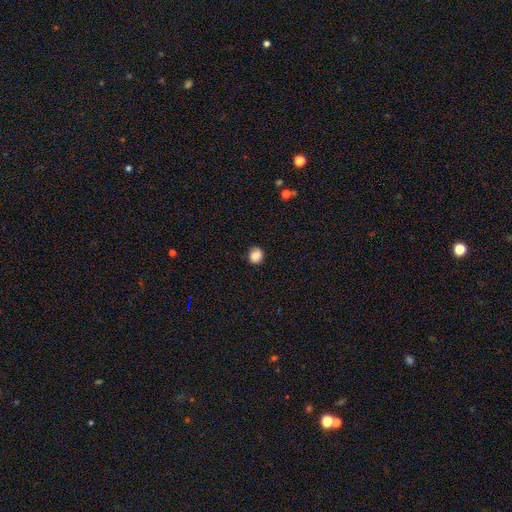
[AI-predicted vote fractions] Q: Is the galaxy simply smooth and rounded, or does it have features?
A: smooth — 84%.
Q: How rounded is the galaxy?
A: round — 81%.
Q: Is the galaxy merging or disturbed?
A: none — 79%.